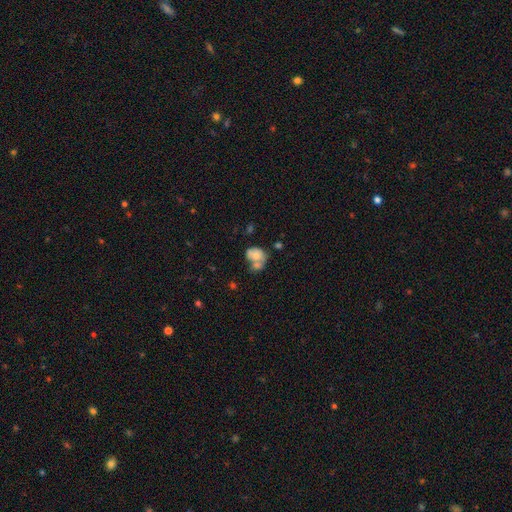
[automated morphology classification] Smooth or featured? Predicted: smooth (p=0.68). How rounded? Predicted: in between (p=0.60). Merging? Predicted: merger (p=0.53).